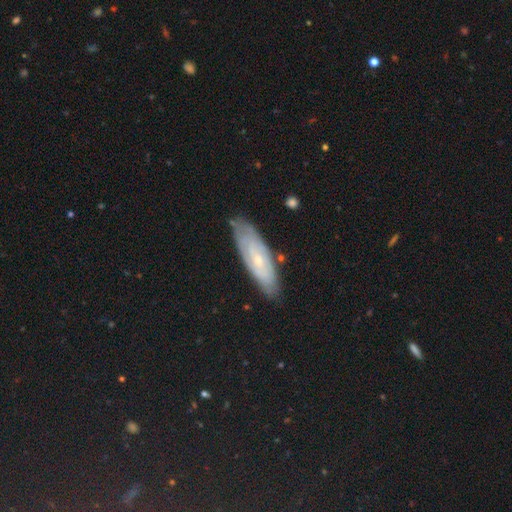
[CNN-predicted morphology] A featured or disk galaxy (57%).

Vote fractions:
- Smooth or featured? featured or disk: 57% / smooth: 27% / star or artifact: 16%
- Edge-on disk? no: 72% / yes: 28%
- Merging? none: 83% / minor disturbance: 13% / major disturbance: 3% / merger: 1%